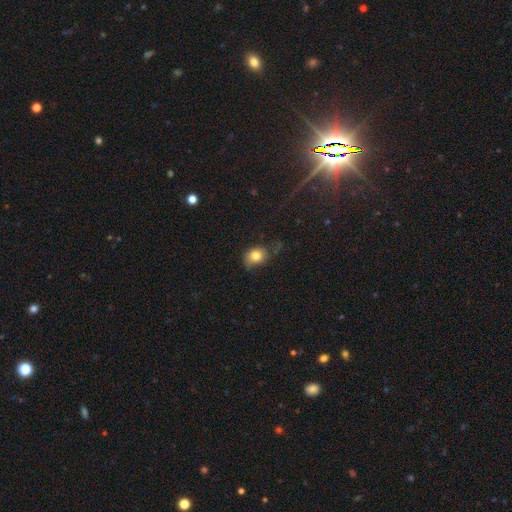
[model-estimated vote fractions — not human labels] smooth_or_featured: smooth (p=0.79) [alt: star or artifact p=0.11]
how_rounded: round (p=0.51) [alt: in between p=0.48]
merging: none (p=0.57) [alt: minor disturbance p=0.29]